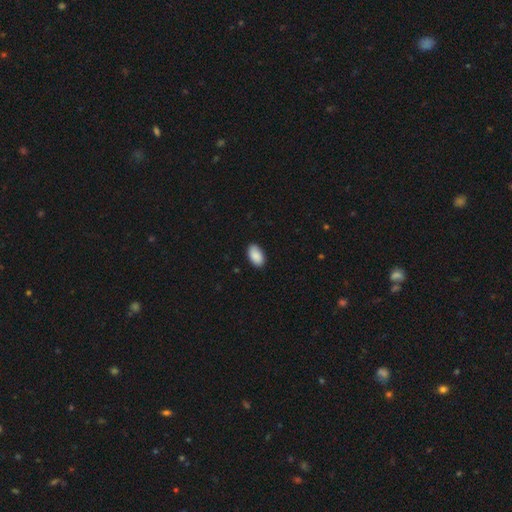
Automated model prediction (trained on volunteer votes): smooth 90%, star or artifact 6%, featured or disk 3%. Down the decision tree: how rounded — in between (95%); merging — none (88%).